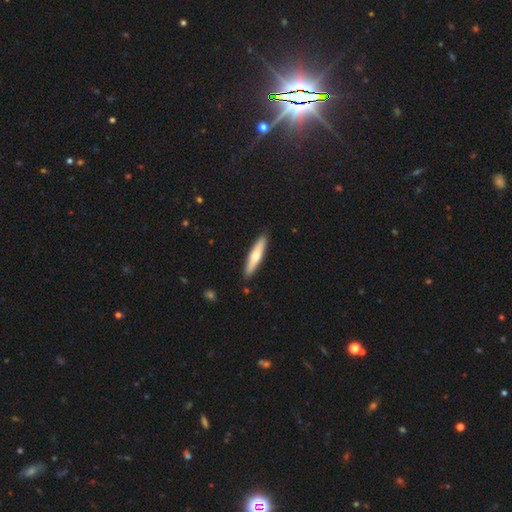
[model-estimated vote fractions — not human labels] smooth_or_featured: smooth (p=0.55) [alt: featured or disk p=0.40]
how_rounded: cigar-shaped (p=0.84) [alt: in between p=0.14]
merging: none (p=0.90) [alt: minor disturbance p=0.07]